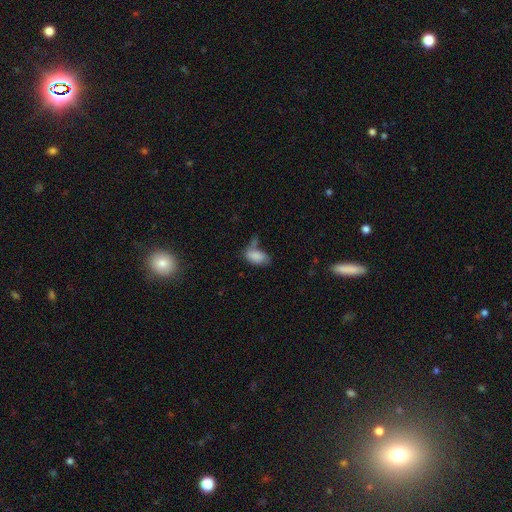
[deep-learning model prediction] A smooth galaxy with no disk features (81%) that is in between round and cigar-shaped (92%). Merging: none (38%).